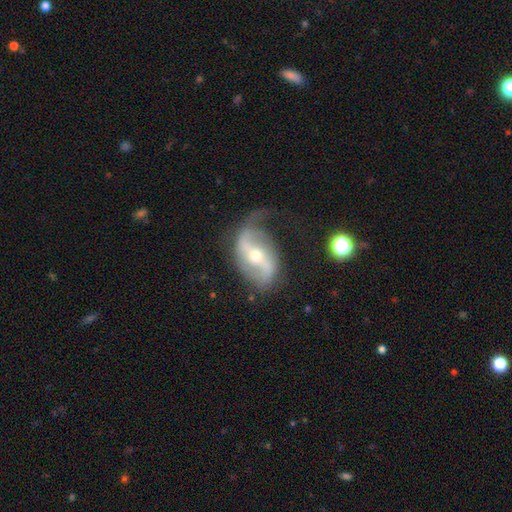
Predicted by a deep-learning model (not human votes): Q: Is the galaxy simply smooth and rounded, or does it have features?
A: featured or disk — 85%.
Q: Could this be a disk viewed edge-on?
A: no — 96%.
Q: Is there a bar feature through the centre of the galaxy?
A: strong — 44%.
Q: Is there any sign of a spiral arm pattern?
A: yes — 93%.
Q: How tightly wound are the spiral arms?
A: loose — 62%.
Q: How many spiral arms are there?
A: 2 — 85%.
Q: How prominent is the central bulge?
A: moderate — 49%.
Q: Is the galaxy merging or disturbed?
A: none — 57%.